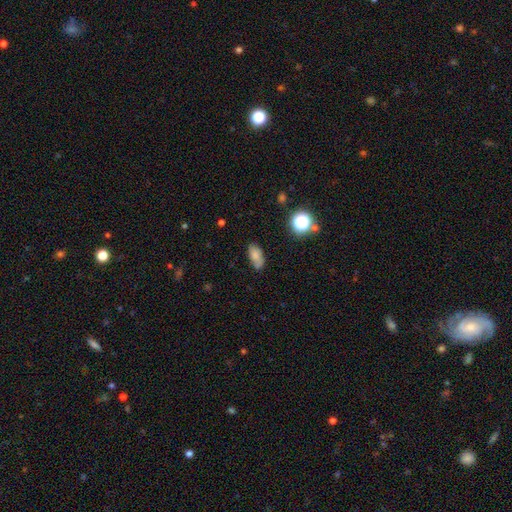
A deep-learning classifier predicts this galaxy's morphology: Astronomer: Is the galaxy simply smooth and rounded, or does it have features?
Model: smooth — 75%.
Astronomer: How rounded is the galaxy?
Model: in between — 88%.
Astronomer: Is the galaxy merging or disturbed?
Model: none — 68%.